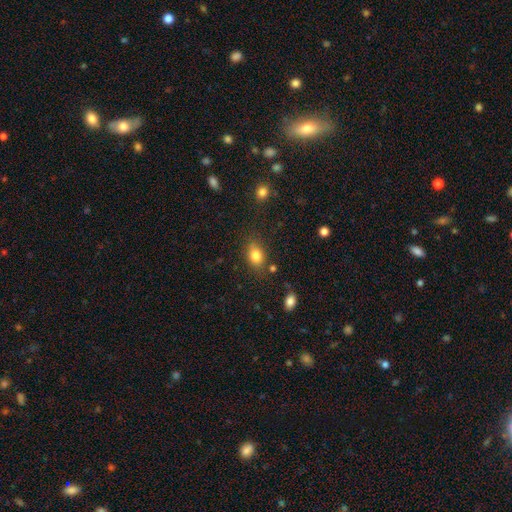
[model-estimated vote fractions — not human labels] A smooth galaxy with no disk features (82%) that is in between round and cigar-shaped (73%).

Vote fractions:
- Smooth or featured? smooth: 82% / star or artifact: 10% / featured or disk: 8%
- How rounded? in between: 73% / round: 25% / cigar-shaped: 2%
- Merging? none: 76% / minor disturbance: 15% / major disturbance: 4% / merger: 4%